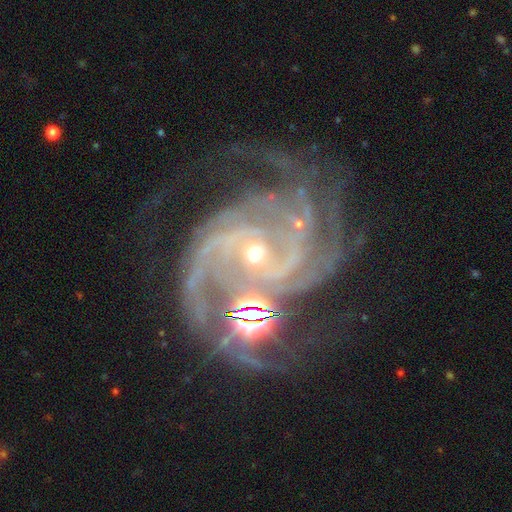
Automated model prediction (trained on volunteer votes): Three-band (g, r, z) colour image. It shows a featured or disk galaxy (91%) with no bar (49%), 3 (24%) tight (48%) spiral arms (98%) and a small central bulge (64%). Merging: none (49%).